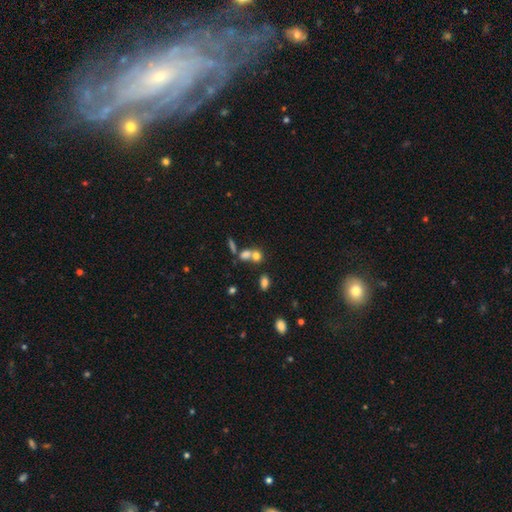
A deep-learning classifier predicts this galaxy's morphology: Smooth or featured? Predicted: smooth (p=0.70). How rounded? Predicted: round (p=0.53). Merging? Predicted: merger (p=0.50).